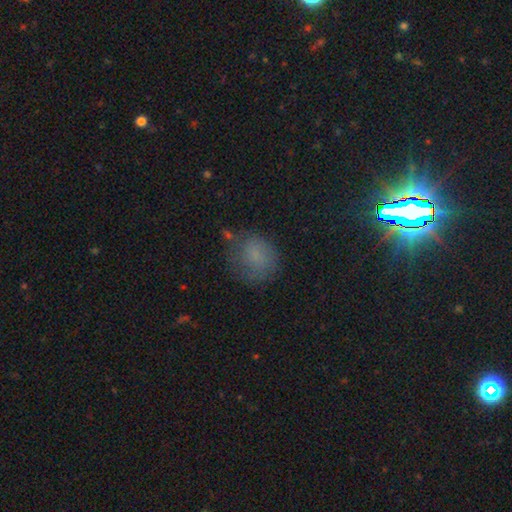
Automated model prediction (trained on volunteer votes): Q: Smooth or featured?
A: smooth (67%); runner-up: star or artifact (18%)
Q: How rounded?
A: round (67%); runner-up: in between (32%)
Q: Merging?
A: none (61%); runner-up: minor disturbance (24%)